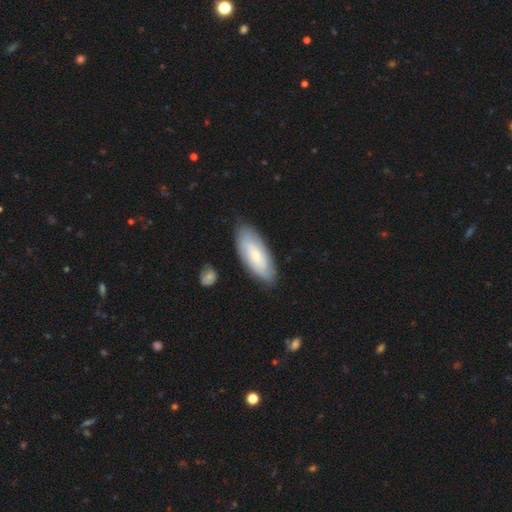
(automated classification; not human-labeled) Smooth or featured?
  - smooth: 55% *
  - featured or disk: 39%
  - star or artifact: 6%
How rounded?
  - in between: 80% *
  - cigar-shaped: 18%
  - round: 2%
Merging?
  - none: 82% *
  - minor disturbance: 13%
  - major disturbance: 3%
  - merger: 2%